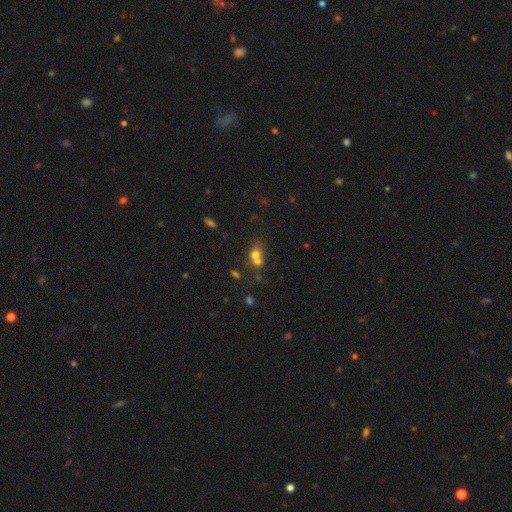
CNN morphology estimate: smooth 64%, featured or disk 19%, star or artifact 17%. Down the decision tree: how rounded — round (63%); merging — merger (59%).